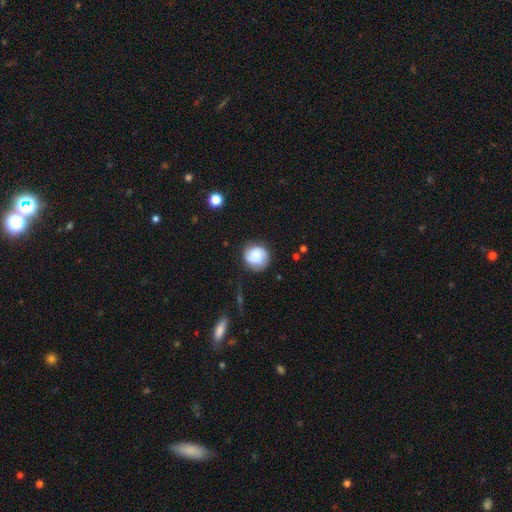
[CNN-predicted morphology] type=smooth (70%); roundness=round (89%); merging=none (79%).